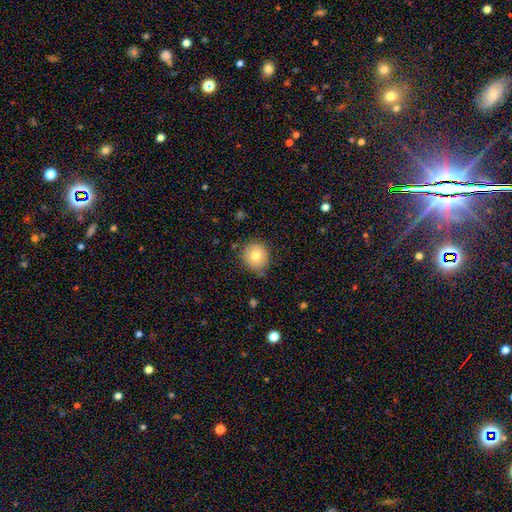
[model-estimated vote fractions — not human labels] This appears to be a smooth galaxy with no disk features (76%) that is round (89%). Merging: none (79%).